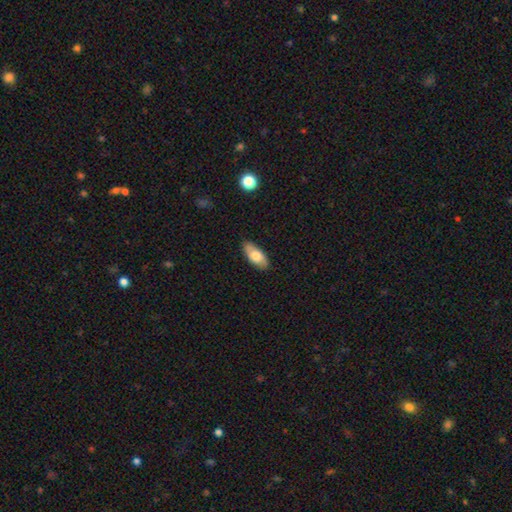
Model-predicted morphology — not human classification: smooth_or_featured: smooth (p=0.74) [alt: featured or disk p=0.19]
how_rounded: in between (p=0.86) [alt: cigar-shaped p=0.12]
merging: none (p=0.84) [alt: minor disturbance p=0.13]